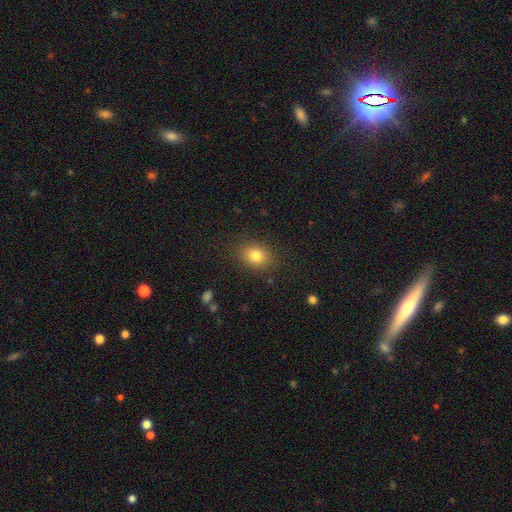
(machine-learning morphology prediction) Q: Smooth or featured?
A: smooth (81%); runner-up: star or artifact (11%)
Q: How rounded?
A: in between (54%); runner-up: round (45%)
Q: Merging?
A: none (86%); runner-up: minor disturbance (10%)